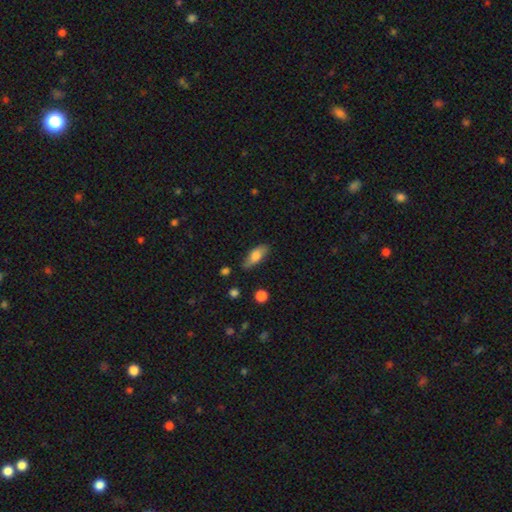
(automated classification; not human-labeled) smooth_or_featured: smooth (p=0.71) [alt: featured or disk p=0.22]
how_rounded: in between (p=0.75) [alt: cigar-shaped p=0.22]
merging: none (p=0.75) [alt: minor disturbance p=0.19]